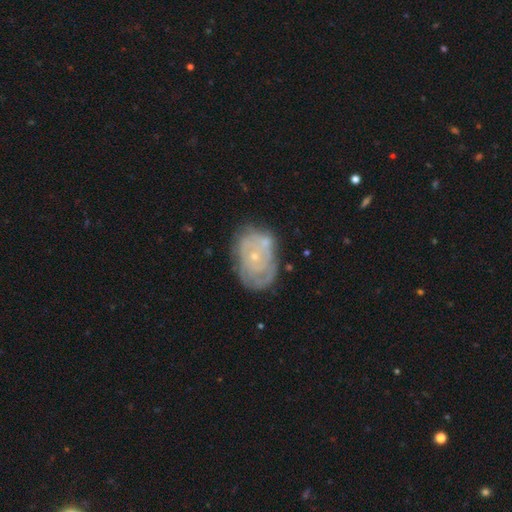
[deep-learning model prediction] Smooth or featured?
  - featured or disk: 74% *
  - smooth: 19%
  - star or artifact: 7%
Edge-on disk?
  - no: 96% *
  - yes: 4%
Bar?
  - no: 83% *
  - weak: 14%
  - strong: 3%
Spiral arms?
  - yes: 75% *
  - no: 25%
Spiral winding?
  - tight: 75% *
  - medium: 19%
  - loose: 7%
Spiral arm count?
  - can't tell: 56% *
  - 2: 17%
  - 3: 11%
  - 4: 7%
  - 1: 5%
  - more than 4: 5%
Bulge size?
  - small: 77% *
  - moderate: 19%
  - none: 2%
  - large: 1%
  - dominant: 1%
Merging?
  - none: 62% *
  - minor disturbance: 21%
  - merger: 9%
  - major disturbance: 8%